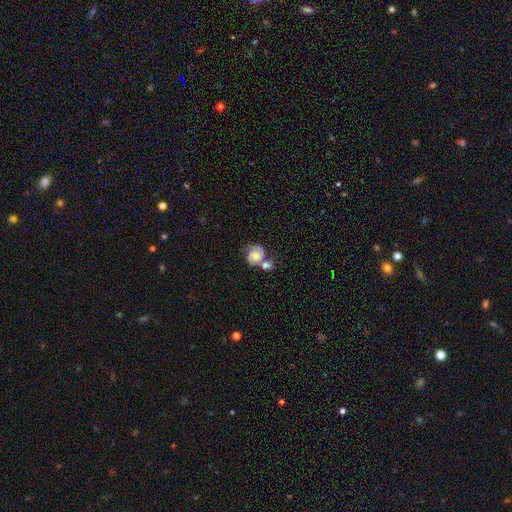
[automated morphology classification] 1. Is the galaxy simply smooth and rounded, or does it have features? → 57% featured or disk, 35% smooth, 8% star or artifact.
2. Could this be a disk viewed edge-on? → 98% no, 2% yes.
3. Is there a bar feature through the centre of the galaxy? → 77% no, 20% weak, 4% strong.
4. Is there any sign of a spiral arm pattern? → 88% yes, 12% no.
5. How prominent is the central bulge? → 37% moderate, 35% small, 14% none, 11% large, 3% dominant.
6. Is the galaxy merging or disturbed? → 43% merger, 31% none, 15% minor disturbance, 11% major disturbance.